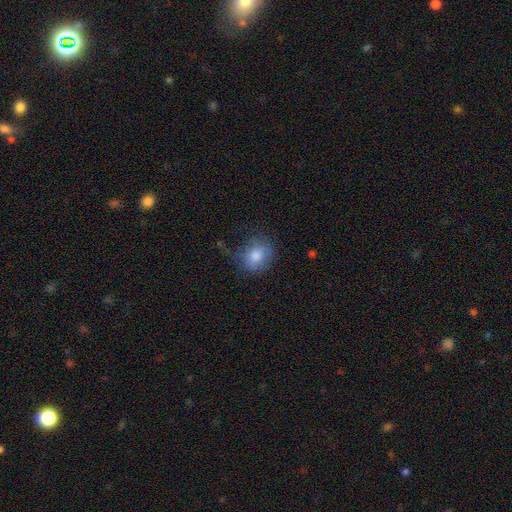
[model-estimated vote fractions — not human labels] A smooth galaxy with no disk features (79%) that is round (62%). Merging: none (63%).